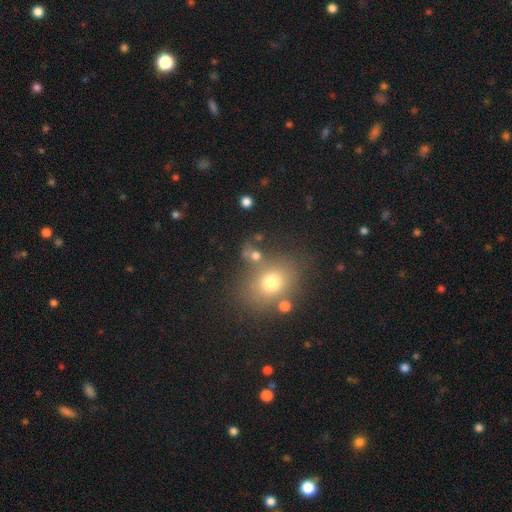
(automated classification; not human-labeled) Smooth or featured? Predicted: smooth (p=0.69). How rounded? Predicted: round (p=0.52). Merging? Predicted: none (p=0.55).